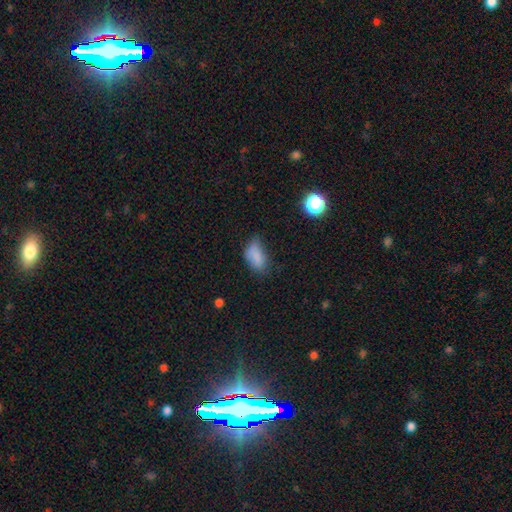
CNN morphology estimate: This appears to be a smooth galaxy with no disk features (82%) that is in between round and cigar-shaped (91%). Merging: none (49%).